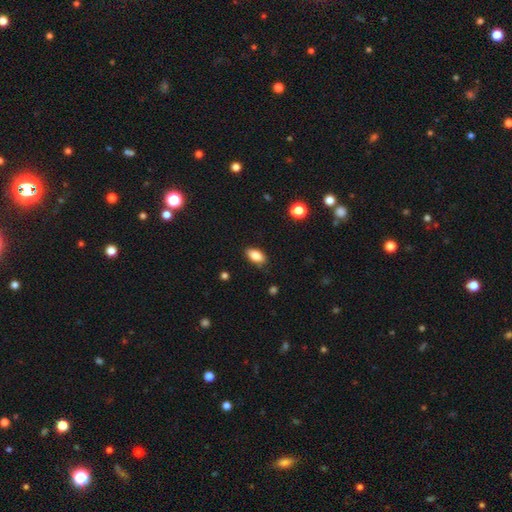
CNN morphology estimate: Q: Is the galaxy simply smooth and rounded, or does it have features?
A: smooth — 85%.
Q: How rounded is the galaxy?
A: in between — 91%.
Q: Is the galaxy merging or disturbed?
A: none — 83%.